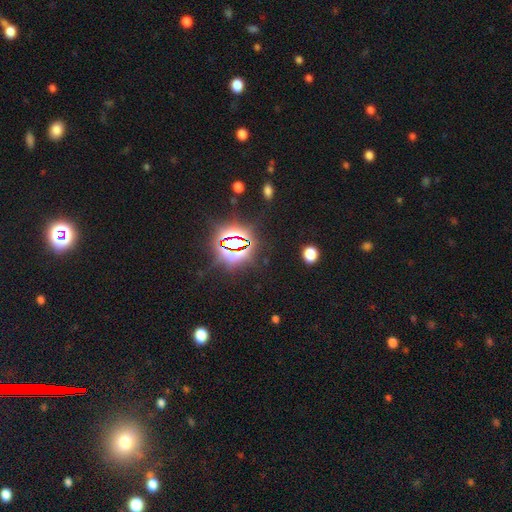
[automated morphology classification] Smooth or featured: star or artifact — 83% (smooth — 10%)